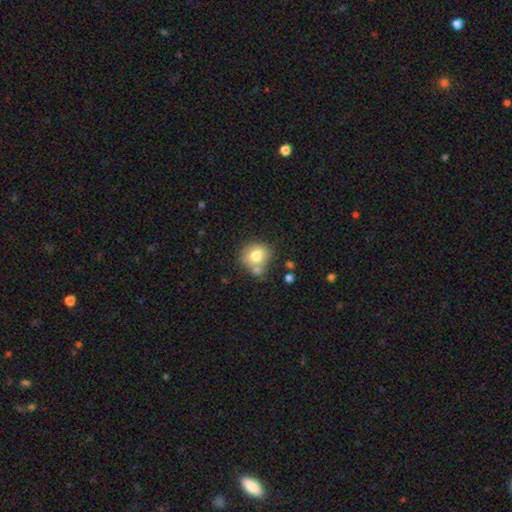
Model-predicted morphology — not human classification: Smooth or featured? smooth (75%)
How rounded? round (79%)
Merging? none (51%)